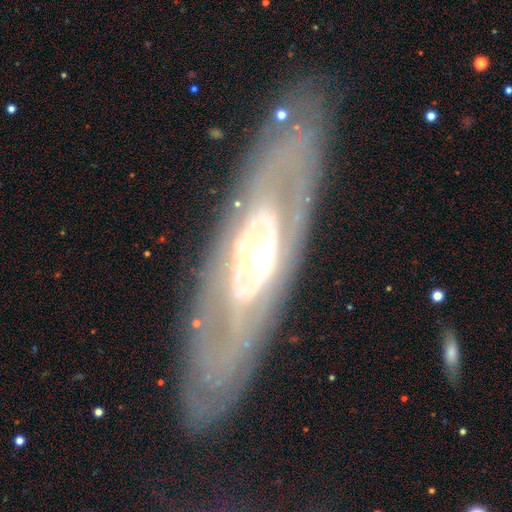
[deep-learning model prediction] Morphology: type=featured or disk (79%); edge-on=no (70%); bar=no (69%); spiral arms=no (58%); bulge=moderate (55%); merging=none (83%).